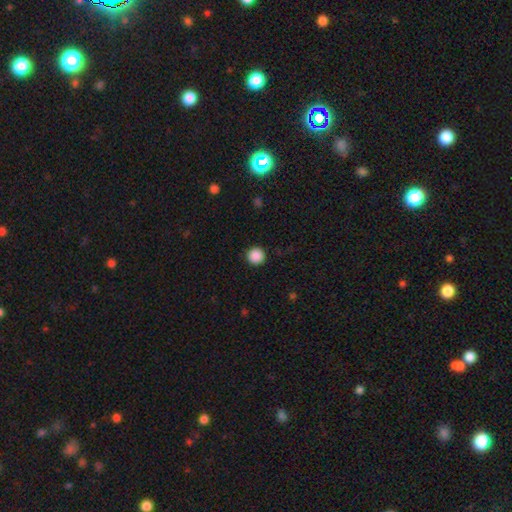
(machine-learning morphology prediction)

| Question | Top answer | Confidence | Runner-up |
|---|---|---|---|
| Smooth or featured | smooth | 88% | star or artifact (9%) |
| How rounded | round | 96% | in between (3%) |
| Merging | none | 93% | minor disturbance (5%) |